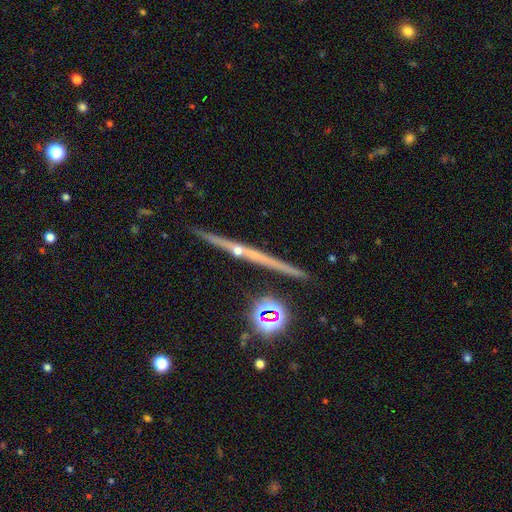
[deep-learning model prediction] The model was most divided on "edge-on bulge": rounded: 61%, none: 33%, boxy: 6%. More confident: edge-on disk — yes (98%); merging — none (89%); smooth or featured — featured or disk (77%).